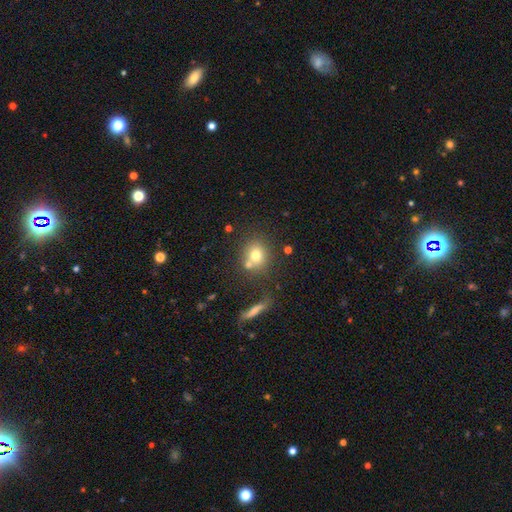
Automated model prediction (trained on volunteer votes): Overall: smooth (72%). How rounded: round (79%). Merging: none (61%; merger 23%).